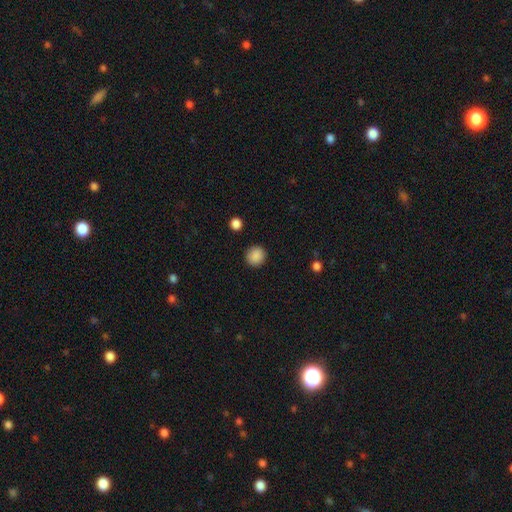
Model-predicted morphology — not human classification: This appears to be a smooth galaxy with no disk features (88%) that is round (93%). Merging: none (91%).